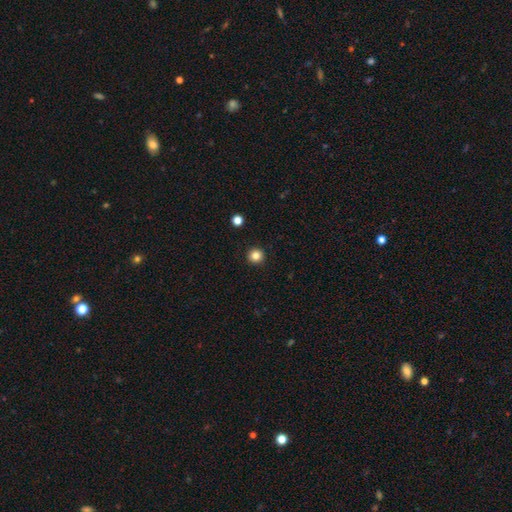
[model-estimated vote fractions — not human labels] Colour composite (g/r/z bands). It shows a smooth galaxy with no disk features (84%) that is round (96%). Merging: none (94%).